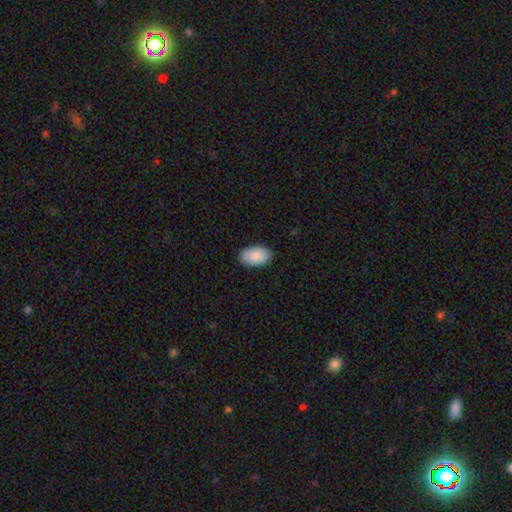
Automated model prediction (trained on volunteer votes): smooth_or_featured: smooth (p=0.90) [alt: star or artifact p=0.06]
how_rounded: in between (p=0.94) [alt: round p=0.05]
merging: none (p=0.88) [alt: minor disturbance p=0.09]